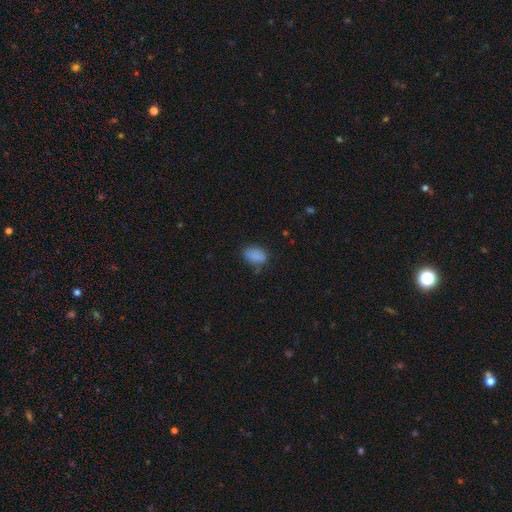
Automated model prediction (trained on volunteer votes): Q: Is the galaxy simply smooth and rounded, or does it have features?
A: smooth — 85%.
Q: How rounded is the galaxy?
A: in between — 84%.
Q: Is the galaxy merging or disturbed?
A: none — 65%.